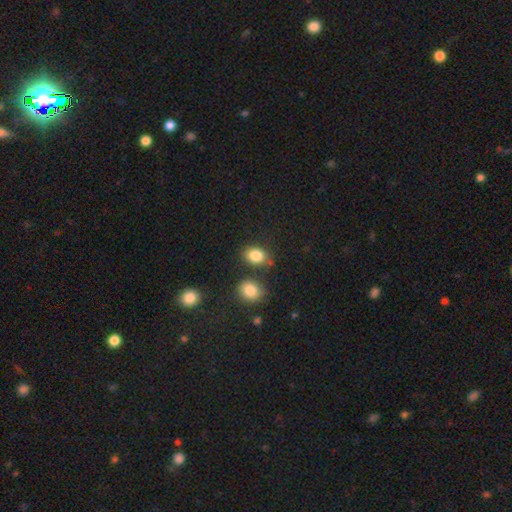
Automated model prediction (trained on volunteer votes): A smooth galaxy with no disk features (84%) that is in between round and cigar-shaped (67%).

Vote fractions:
- Smooth or featured? smooth: 84% / star or artifact: 10% / featured or disk: 7%
- How rounded? in between: 67% / round: 32% / cigar-shaped: 1%
- Merging? none: 72% / minor disturbance: 13% / merger: 11% / major disturbance: 4%